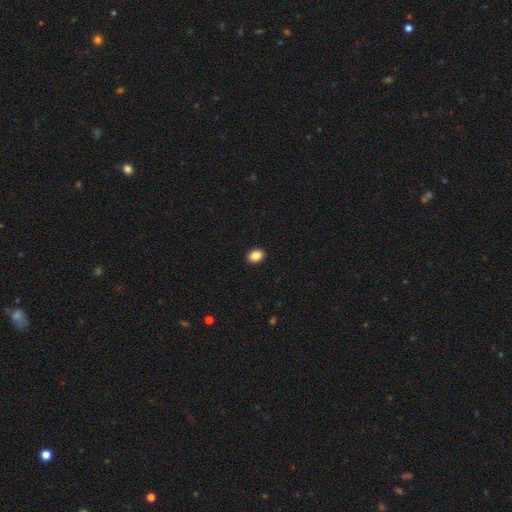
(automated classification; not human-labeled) Overall: smooth (88%). How rounded: in between (65%; round 34%). Merging: none (92%).